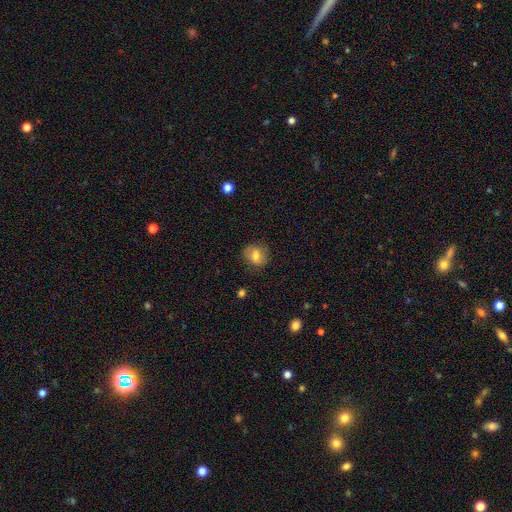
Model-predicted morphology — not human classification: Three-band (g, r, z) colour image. It shows a smooth galaxy with no disk features (68%) that is round (66%). Merging: none (79%).